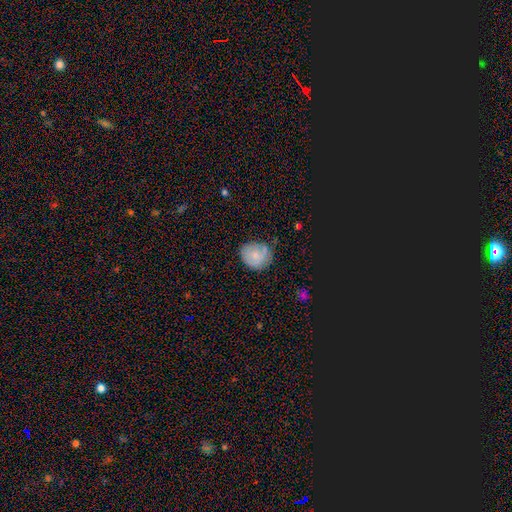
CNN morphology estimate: Q: Smooth or featured?
A: smooth (68%); runner-up: featured or disk (24%)
Q: How rounded?
A: round (78%); runner-up: in between (21%)
Q: Merging?
A: none (60%); runner-up: minor disturbance (30%)